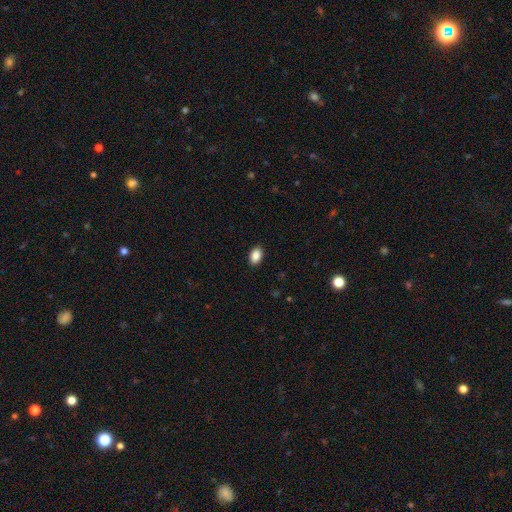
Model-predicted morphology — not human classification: type=smooth (89%); roundness=in between (88%); merging=none (90%).